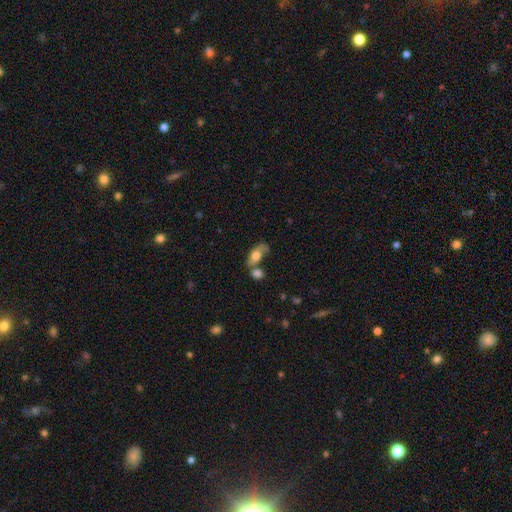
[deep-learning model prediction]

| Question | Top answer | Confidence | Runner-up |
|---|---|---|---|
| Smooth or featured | smooth | 67% | featured or disk (25%) |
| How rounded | in between | 84% | cigar-shaped (9%) |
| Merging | none | 40% | merger (30%) |